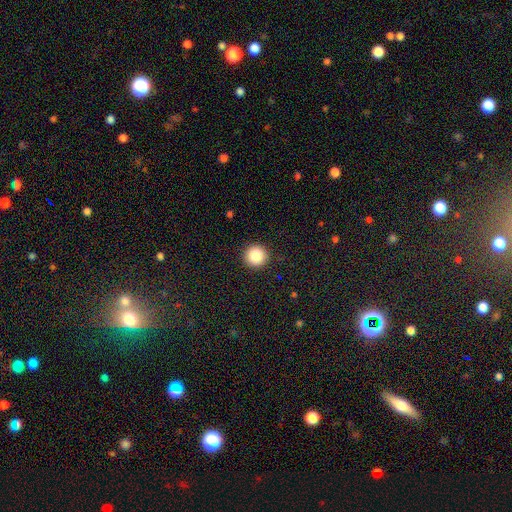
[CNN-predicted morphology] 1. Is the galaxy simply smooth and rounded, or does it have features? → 86% smooth, 9% star or artifact, 4% featured or disk.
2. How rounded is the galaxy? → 96% round, 4% in between, 1% cigar-shaped.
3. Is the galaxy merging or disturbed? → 92% none, 5% minor disturbance, 2% major disturbance, 1% merger.